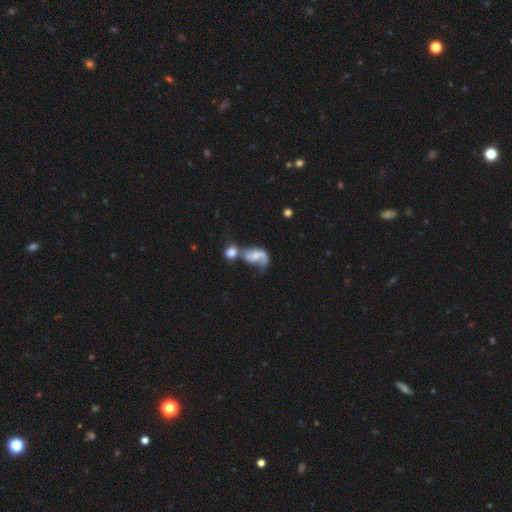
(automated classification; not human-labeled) Q: Smooth or featured?
A: featured or disk (63%); runner-up: smooth (28%)
Q: Edge-on disk?
A: no (97%); runner-up: yes (3%)
Q: Bar?
A: no (53%); runner-up: weak (36%)
Q: Spiral arms?
A: yes (87%); runner-up: no (13%)
Q: Spiral winding?
A: loose (63%); runner-up: medium (28%)
Q: Spiral arm count?
A: 2 (58%); runner-up: 1 (34%)
Q: Bulge size?
A: small (39%); runner-up: moderate (27%)
Q: Merging?
A: merger (54%); runner-up: none (20%)